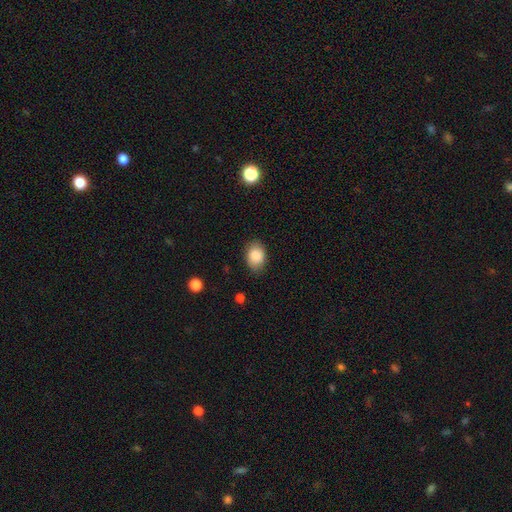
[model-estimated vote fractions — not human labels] A smooth galaxy with no disk features (85%) that is in between round and cigar-shaped (71%). Merging: none (82%).